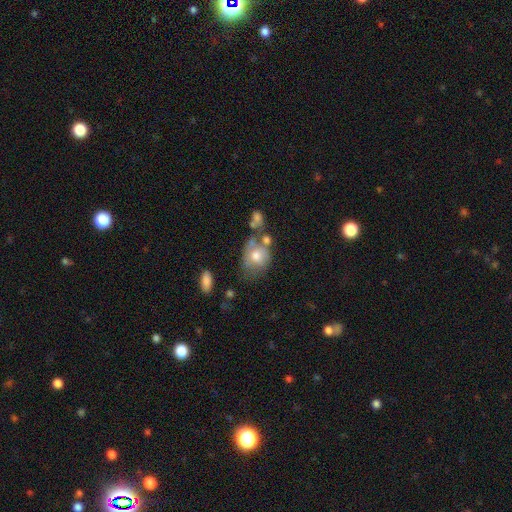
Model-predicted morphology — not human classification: Q: Smooth or featured?
A: smooth (62%); runner-up: featured or disk (29%)
Q: How rounded?
A: in between (56%); runner-up: round (42%)
Q: Merging?
A: none (29%); tied with: merger (29%)